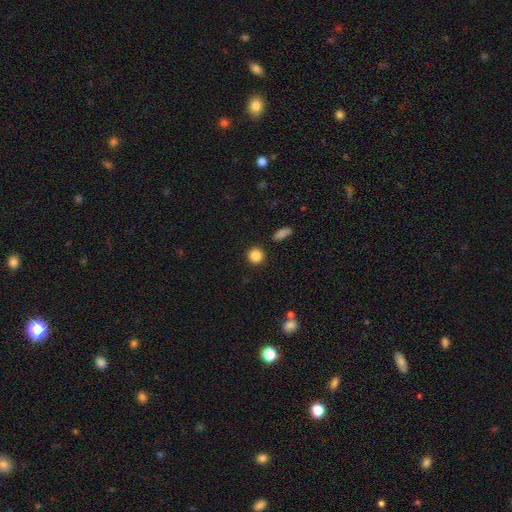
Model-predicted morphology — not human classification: A smooth galaxy with no disk features (86%) that is round (91%).

Vote fractions:
- Smooth or featured? smooth: 86% / star or artifact: 10% / featured or disk: 4%
- How rounded? round: 91% / in between: 8% / cigar-shaped: 1%
- Merging? none: 89% / minor disturbance: 6% / merger: 3% / major disturbance: 2%